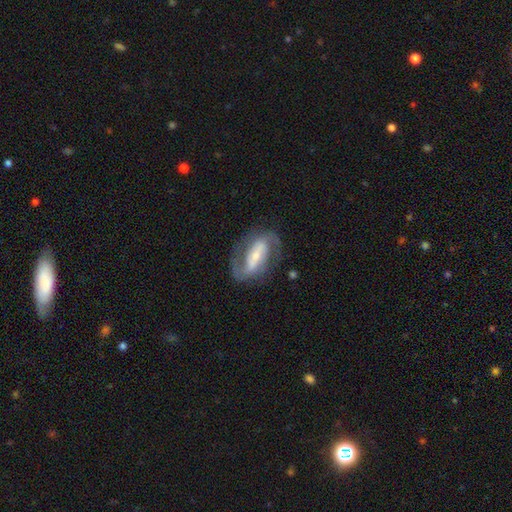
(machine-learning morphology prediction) smooth_or_featured: featured or disk (p=0.83) [alt: smooth p=0.12]
disk_edge_on: no (p=0.94) [alt: yes p=0.06]
bar: strong (p=0.62) [alt: weak p=0.25]
has_spiral_arms: yes (p=0.93) [alt: no p=0.07]
spiral_winding: medium (p=0.49) [alt: tight p=0.27]
spiral_arm_count: 2 (p=0.89) [alt: can't tell p=0.05]
bulge_size: small (p=0.50) [alt: moderate p=0.34]
merging: none (p=0.76) [alt: minor disturbance p=0.14]